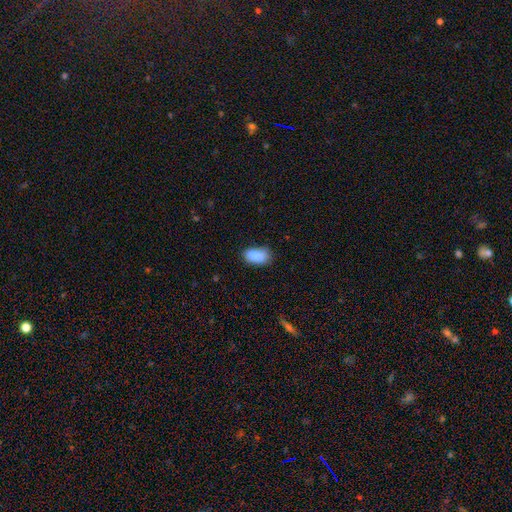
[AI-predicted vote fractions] smooth 82%, featured or disk 10%, star or artifact 8%. Down the decision tree: how rounded — in between (91%); merging — none (57%).